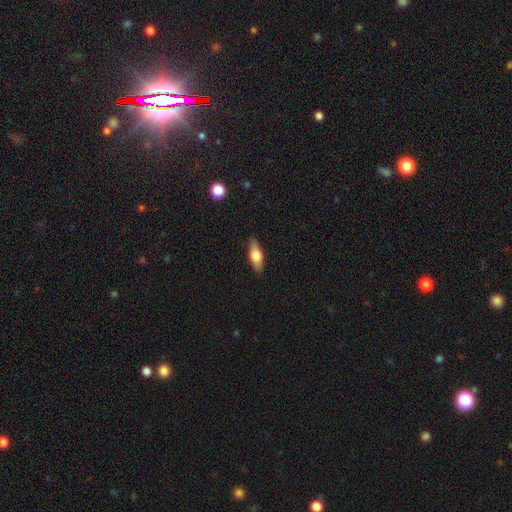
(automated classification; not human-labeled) This is likely a smooth galaxy (65%). How rounded: likely in between (69%). Merging: clearly none (87%).